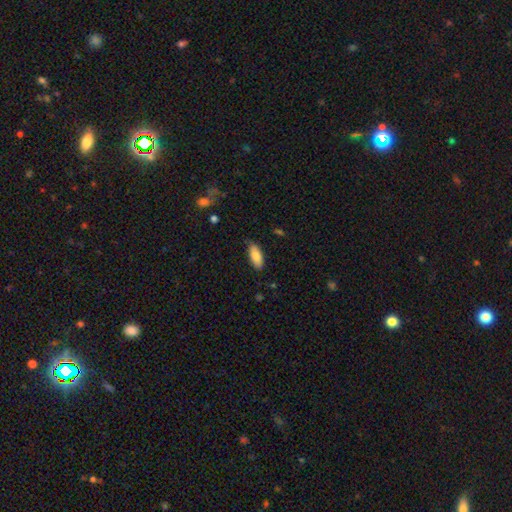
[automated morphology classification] This is clearly a smooth galaxy (82%). How rounded: likely in between (80%). Merging: clearly none (82%).